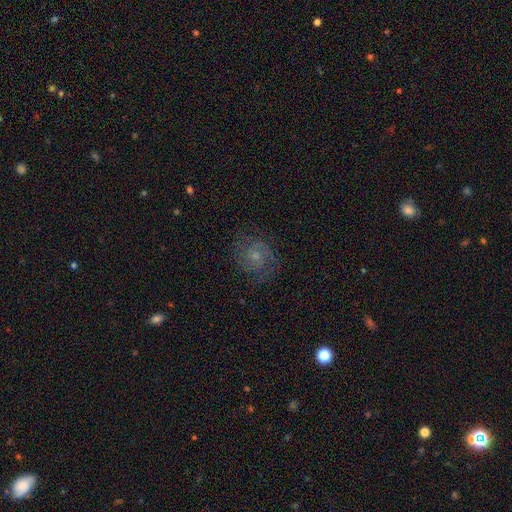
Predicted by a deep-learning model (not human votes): Smooth or featured: featured or disk — 67% (smooth — 21%)
Edge-on disk: no — 98% (yes — 2%)
Bar: no — 69% (weak — 27%)
Spiral arms: yes — 92% (no — 8%)
Spiral winding: tight — 45% (medium — 43%)
Spiral arm count: 2 — 63% (can't tell — 19%)
Bulge size: small — 55% (moderate — 34%)
Merging: none — 75% (minor disturbance — 15%)